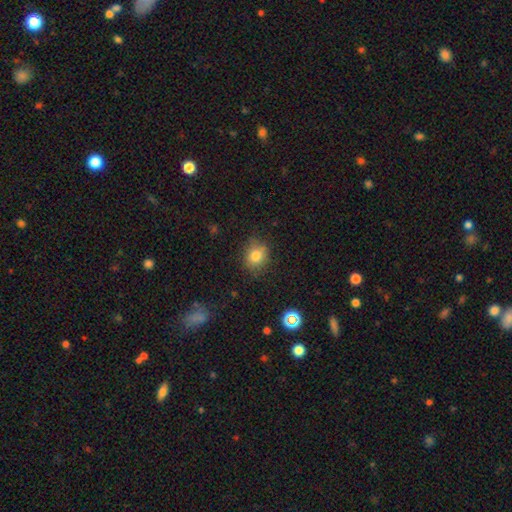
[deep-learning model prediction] smooth_or_featured: smooth (p=0.77) [alt: star or artifact p=0.13]
how_rounded: round (p=0.67) [alt: in between p=0.32]
merging: none (p=0.79) [alt: minor disturbance p=0.16]